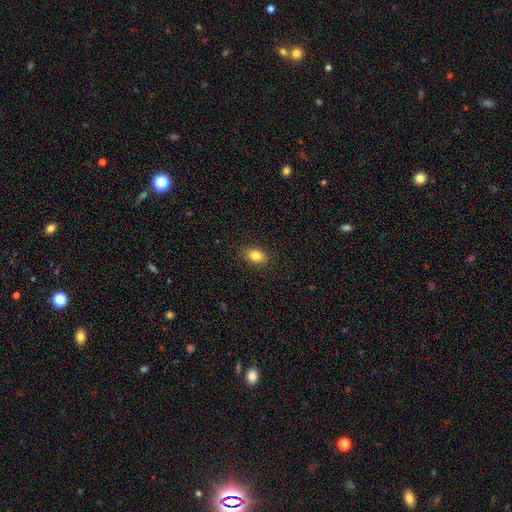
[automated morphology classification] Overall: smooth (83%). How rounded: in between (77%). Merging: none (89%).